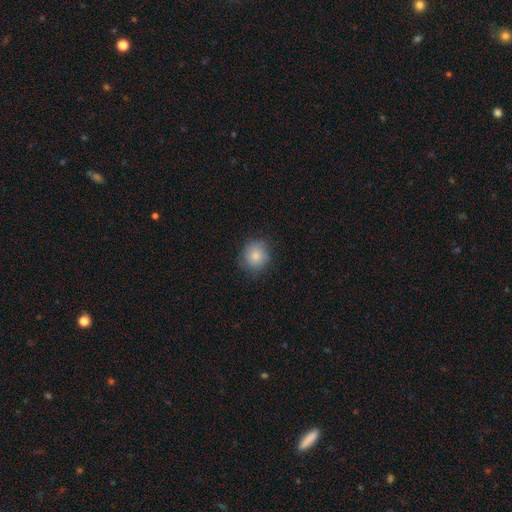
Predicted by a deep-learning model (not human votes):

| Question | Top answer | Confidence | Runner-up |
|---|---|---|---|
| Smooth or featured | smooth | 84% | star or artifact (9%) |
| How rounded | round | 83% | in between (16%) |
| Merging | none | 81% | minor disturbance (14%) |